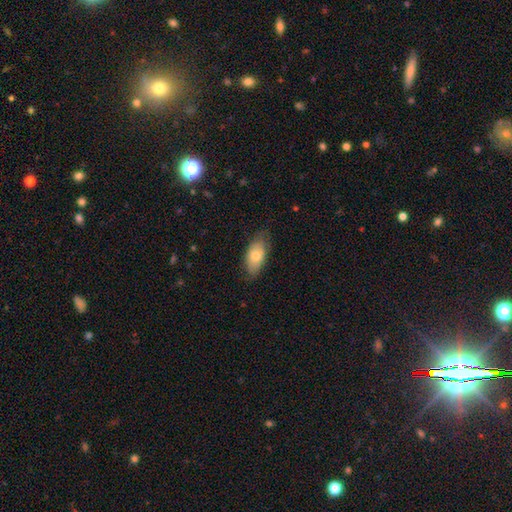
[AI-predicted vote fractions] A smooth galaxy with no disk features (73%) that is in between round and cigar-shaped (90%).

Vote fractions:
- Smooth or featured? smooth: 73% / featured or disk: 21% / star or artifact: 6%
- How rounded? in between: 90% / cigar-shaped: 6% / round: 4%
- Merging? none: 71% / minor disturbance: 23% / major disturbance: 5% / merger: 1%